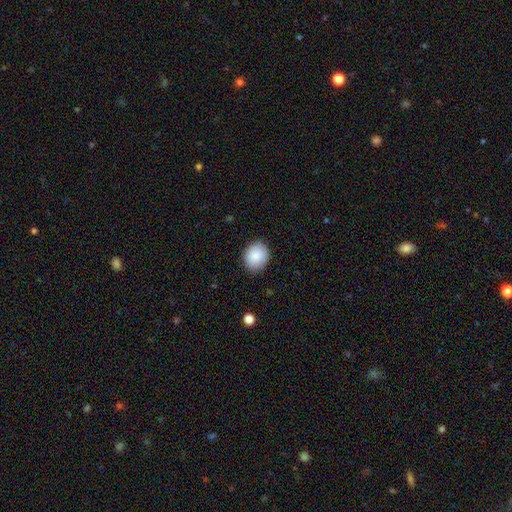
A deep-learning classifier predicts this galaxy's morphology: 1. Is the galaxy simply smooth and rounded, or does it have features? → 87% smooth, 7% star or artifact, 6% featured or disk.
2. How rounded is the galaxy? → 63% round, 36% in between, 1% cigar-shaped.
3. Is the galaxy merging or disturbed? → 85% none, 11% minor disturbance, 2% major disturbance, 1% merger.